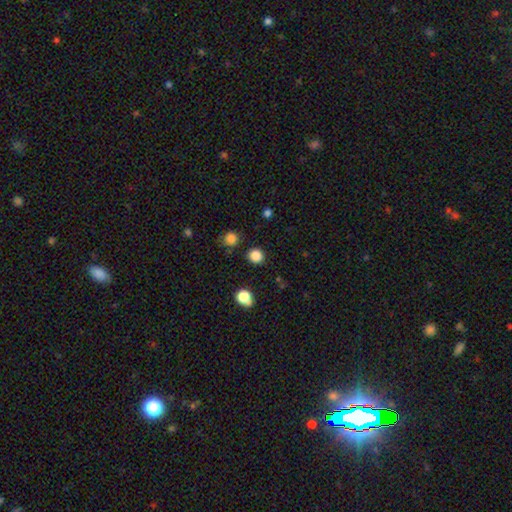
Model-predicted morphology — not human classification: A smooth galaxy with no disk features (84%) that is round (89%).

Vote fractions:
- Smooth or featured? smooth: 84% / star or artifact: 13% / featured or disk: 3%
- How rounded? round: 89% / in between: 10% / cigar-shaped: 1%
- Merging? none: 89% / minor disturbance: 6% / major disturbance: 3% / merger: 2%